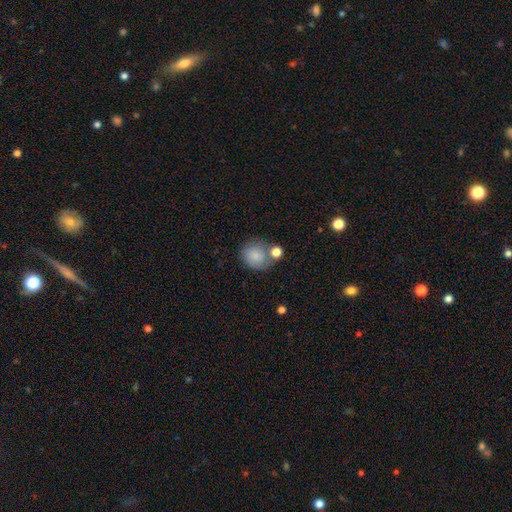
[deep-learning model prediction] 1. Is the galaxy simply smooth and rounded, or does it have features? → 81% smooth, 11% featured or disk, 9% star or artifact.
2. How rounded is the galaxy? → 79% round, 20% in between, 1% cigar-shaped.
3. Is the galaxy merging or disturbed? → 51% none, 23% merger, 18% minor disturbance, 8% major disturbance.